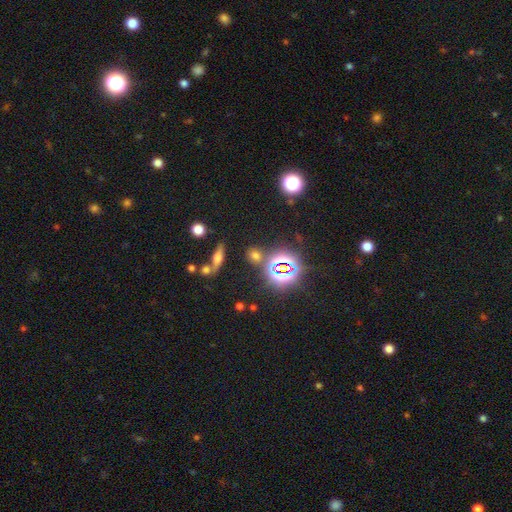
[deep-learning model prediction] smooth_or_featured: smooth (p=0.46) [alt: star or artifact p=0.43]
merging: none (p=0.75) [alt: merger p=0.10]